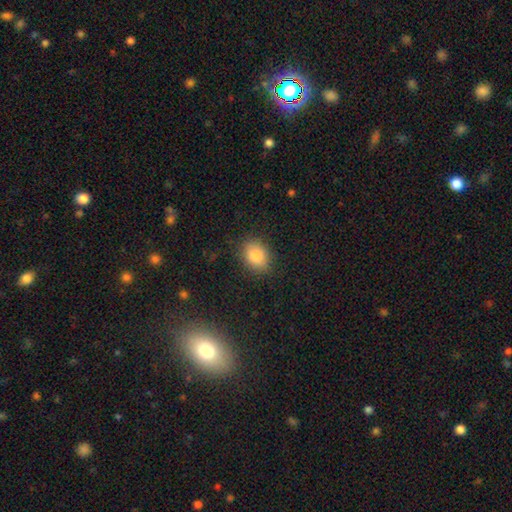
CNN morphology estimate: A smooth galaxy with no disk features (82%) that is in between round and cigar-shaped (59%). Merging: none (85%).